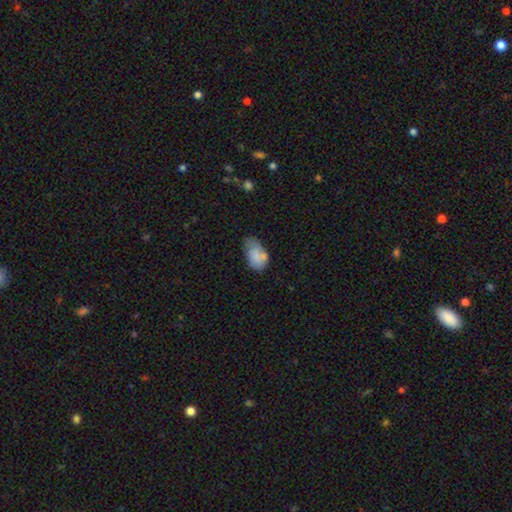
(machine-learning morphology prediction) smooth_or_featured: smooth (p=0.76) [alt: featured or disk p=0.17]
how_rounded: in between (p=0.91) [alt: round p=0.08]
merging: none (p=0.41) [alt: minor disturbance p=0.36]